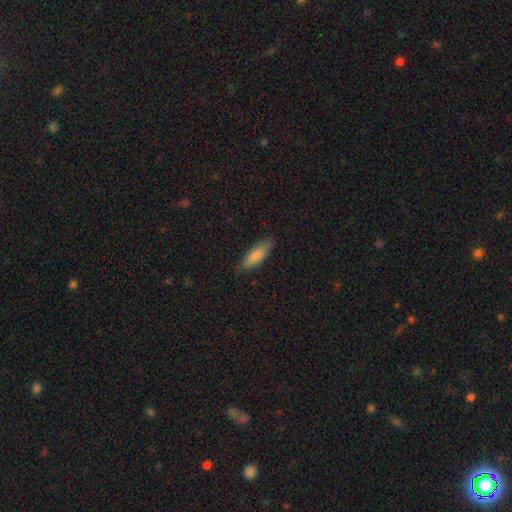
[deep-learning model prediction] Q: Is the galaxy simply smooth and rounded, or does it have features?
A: smooth — 83%.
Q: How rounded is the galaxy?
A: in between — 56%.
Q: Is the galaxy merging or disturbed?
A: none — 81%.